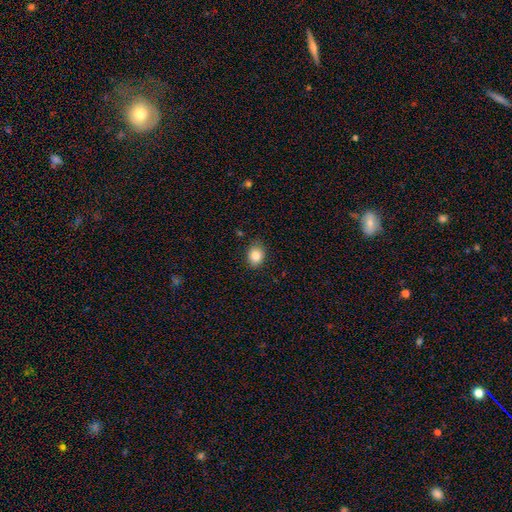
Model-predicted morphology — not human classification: This appears to be a smooth galaxy with no disk features (85%) that is in between round and cigar-shaped (53%). Merging: none (85%).